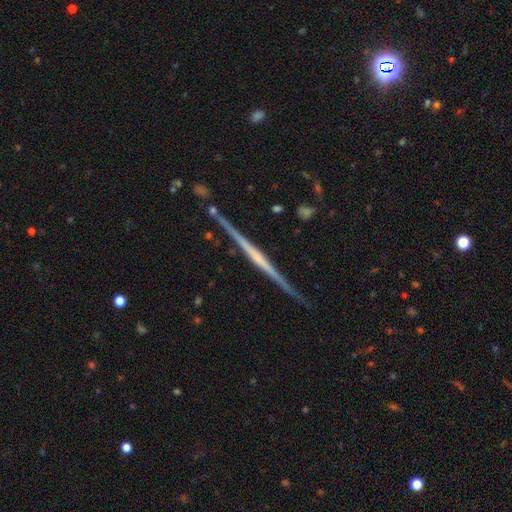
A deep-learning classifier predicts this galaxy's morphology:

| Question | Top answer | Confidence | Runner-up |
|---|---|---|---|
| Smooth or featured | featured or disk | 80% | smooth (14%) |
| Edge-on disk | yes | 98% | no (2%) |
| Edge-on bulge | none | 57% | rounded (28%) |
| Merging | none | 89% | minor disturbance (8%) |